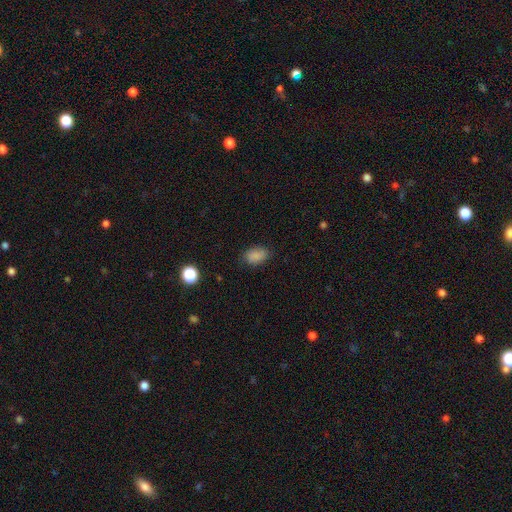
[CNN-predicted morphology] smooth-or-featured: smooth: 85% | star or artifact: 10% | featured or disk: 5%
  how-rounded: in between: 86% | round: 12% | cigar-shaped: 1%
  merging: none: 80% | minor disturbance: 15% | major disturbance: 4% | merger: 1%